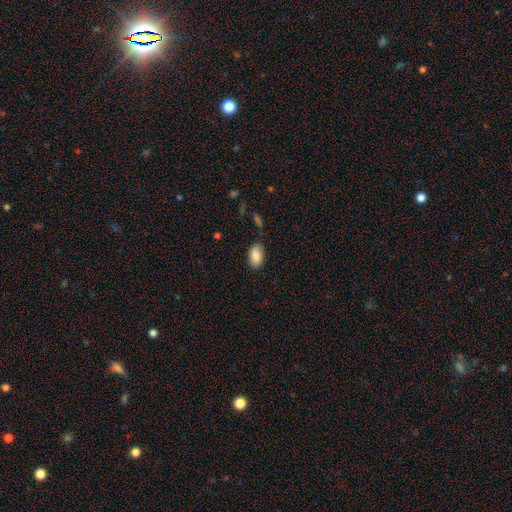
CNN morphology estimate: A smooth galaxy with no disk features (88%) that is in between round and cigar-shaped (93%). Merging: none (79%).